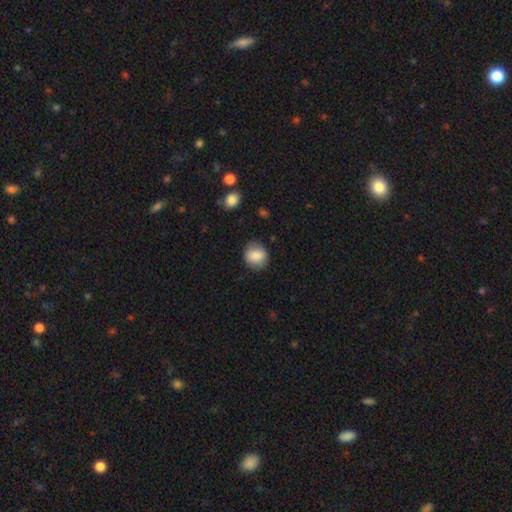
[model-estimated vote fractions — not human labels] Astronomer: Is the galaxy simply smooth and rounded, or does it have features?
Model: smooth — 83%.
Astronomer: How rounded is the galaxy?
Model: round — 77%.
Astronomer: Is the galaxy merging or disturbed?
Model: none — 84%.